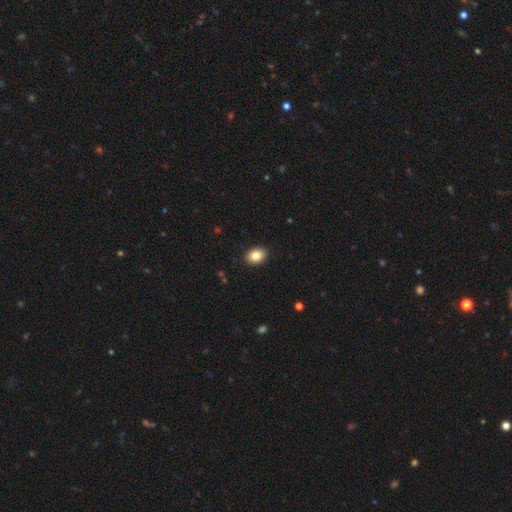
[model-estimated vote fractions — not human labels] This appears to be a smooth galaxy with no disk features (85%) that is in between round and cigar-shaped (72%). Merging: none (90%).